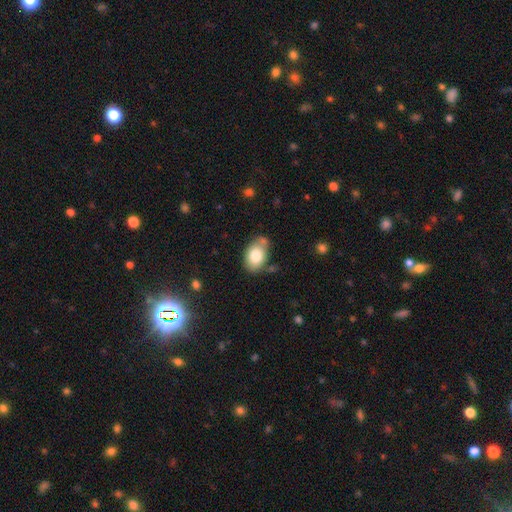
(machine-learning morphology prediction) Q: Smooth or featured?
A: smooth (79%); runner-up: featured or disk (13%)
Q: How rounded?
A: in between (85%); runner-up: round (14%)
Q: Merging?
A: none (68%); runner-up: minor disturbance (20%)